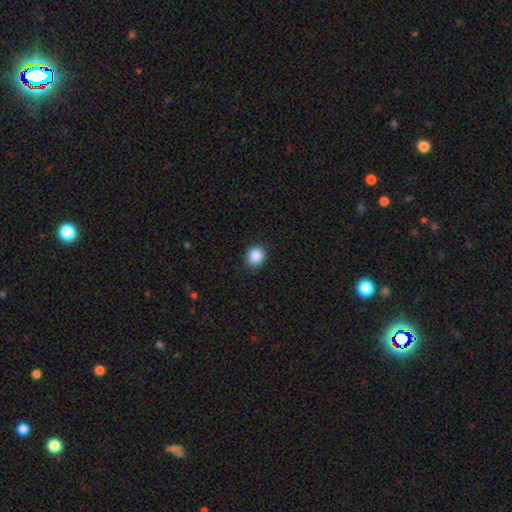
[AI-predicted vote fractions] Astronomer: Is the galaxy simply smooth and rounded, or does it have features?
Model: smooth — 88%.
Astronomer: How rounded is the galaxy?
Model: round — 82%.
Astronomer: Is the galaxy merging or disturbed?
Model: none — 88%.